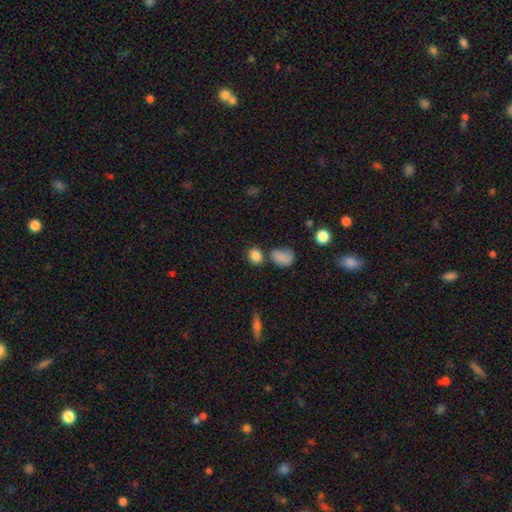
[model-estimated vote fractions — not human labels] The model was most divided on "how rounded": round: 60%, in between: 38%, cigar-shaped: 1%. More confident: smooth or featured — smooth (84%); merging — none (69%).